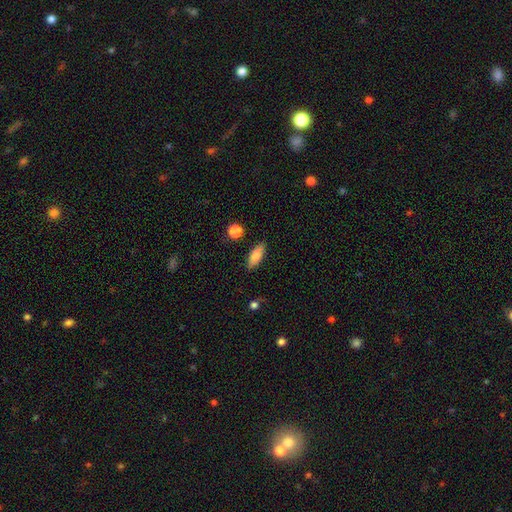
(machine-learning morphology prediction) smooth_or_featured: smooth (p=0.80) [alt: featured or disk p=0.13]
how_rounded: in between (p=0.71) [alt: cigar-shaped p=0.26]
merging: none (p=0.84) [alt: minor disturbance p=0.12]